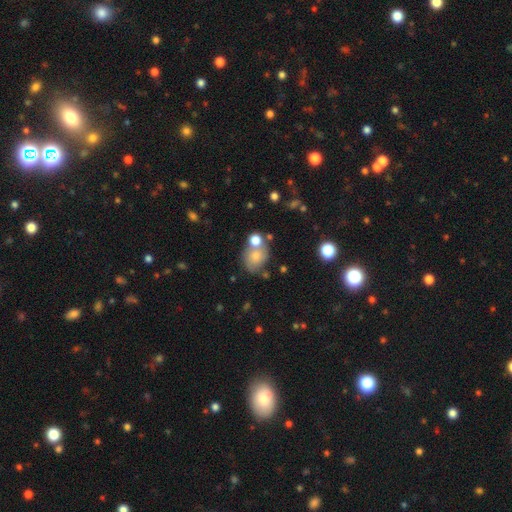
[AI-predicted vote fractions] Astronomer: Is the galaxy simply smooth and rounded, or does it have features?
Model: smooth — 71%.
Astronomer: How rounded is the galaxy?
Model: round — 55% (runner-up: in between, 44%).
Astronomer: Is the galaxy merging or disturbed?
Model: none — 52%.